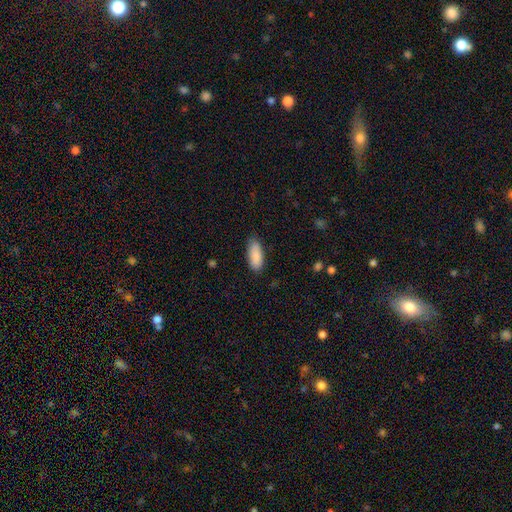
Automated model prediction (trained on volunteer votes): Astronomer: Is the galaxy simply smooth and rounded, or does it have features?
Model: smooth — 89%.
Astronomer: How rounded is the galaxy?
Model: in between — 82%.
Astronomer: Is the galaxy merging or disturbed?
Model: none — 80%.